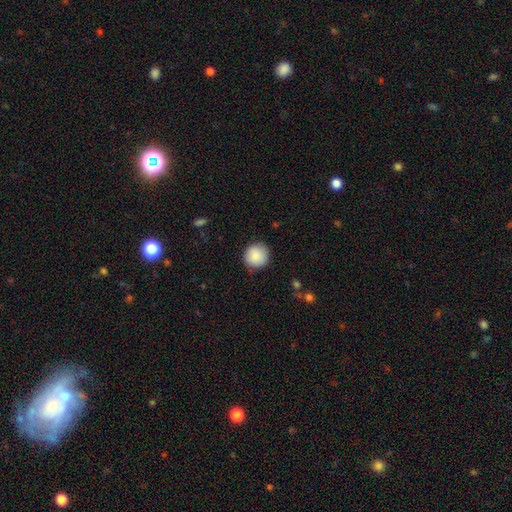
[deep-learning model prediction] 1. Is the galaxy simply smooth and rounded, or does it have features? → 88% smooth, 7% star or artifact, 5% featured or disk.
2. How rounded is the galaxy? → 94% round, 5% in between, 1% cigar-shaped.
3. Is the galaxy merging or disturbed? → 88% none, 9% minor disturbance, 2% major disturbance, 1% merger.